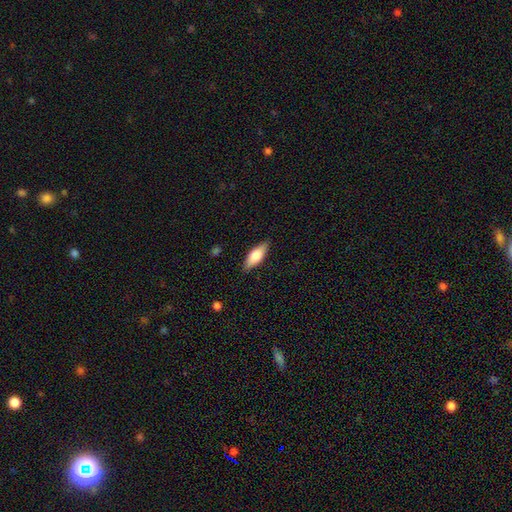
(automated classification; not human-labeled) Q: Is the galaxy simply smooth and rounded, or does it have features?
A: smooth — 67%.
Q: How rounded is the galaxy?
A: in between — 65%.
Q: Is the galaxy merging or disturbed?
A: none — 86%.